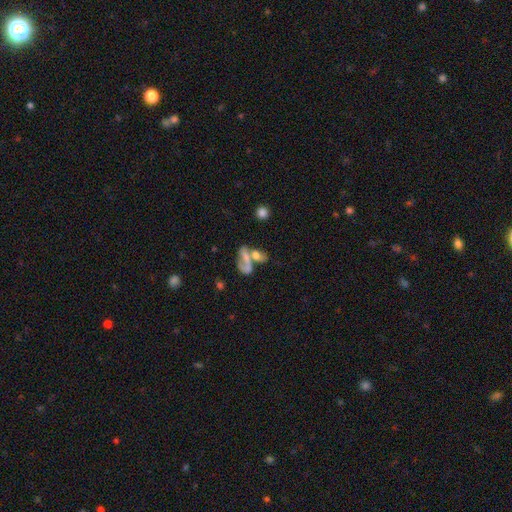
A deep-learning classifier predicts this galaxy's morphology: Smooth or featured: smooth — 54% (featured or disk — 33%)
How rounded: in between — 69% (cigar-shaped — 18%)
Merging: merger — 55% (none — 24%)